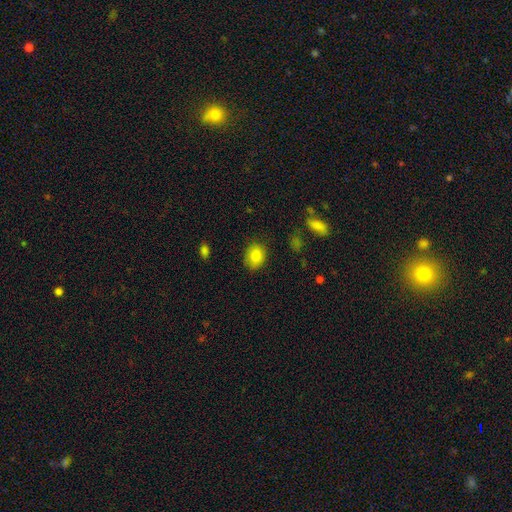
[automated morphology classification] smooth_or_featured: smooth (p=0.86) [alt: star or artifact p=0.08]
how_rounded: in between (p=0.59) [alt: round p=0.40]
merging: none (p=0.80) [alt: minor disturbance p=0.15]